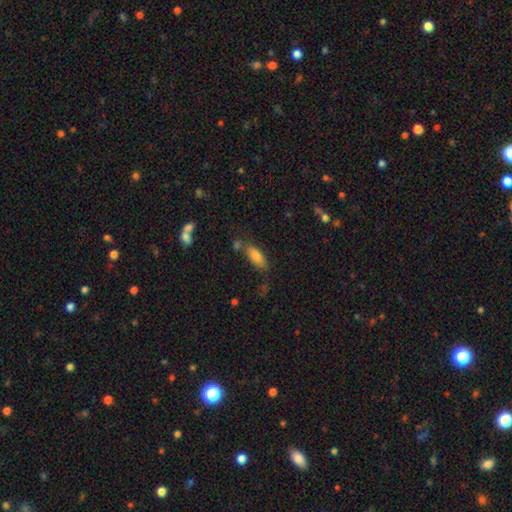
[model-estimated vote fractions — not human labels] smooth-or-featured: smooth: 78% | featured or disk: 13% | star or artifact: 9%
  how-rounded: in between: 75% | cigar-shaped: 22% | round: 2%
  merging: none: 61% | minor disturbance: 19% | merger: 14% | major disturbance: 6%